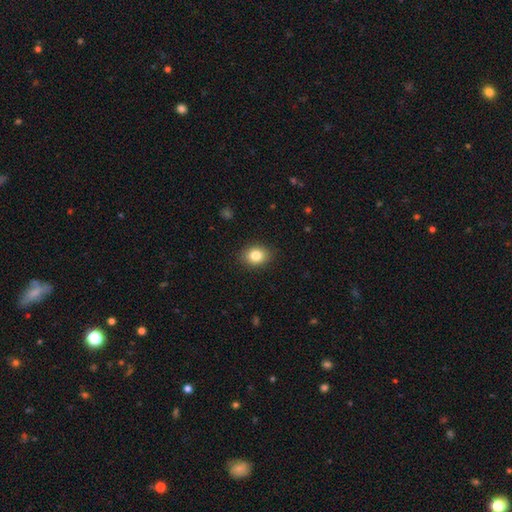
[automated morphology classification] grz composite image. It shows a smooth galaxy with no disk features (84%) that is in between round and cigar-shaped (54%). Merging: none (88%).